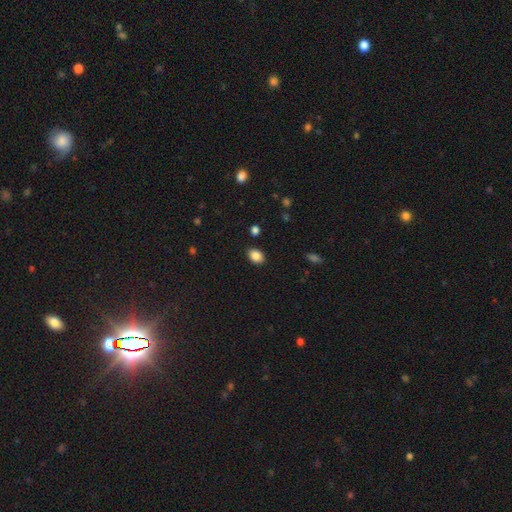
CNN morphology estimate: Smooth or featured: smooth — 87% (star or artifact — 9%)
How rounded: in between — 75% (round — 24%)
Merging: none — 87% (minor disturbance — 9%)